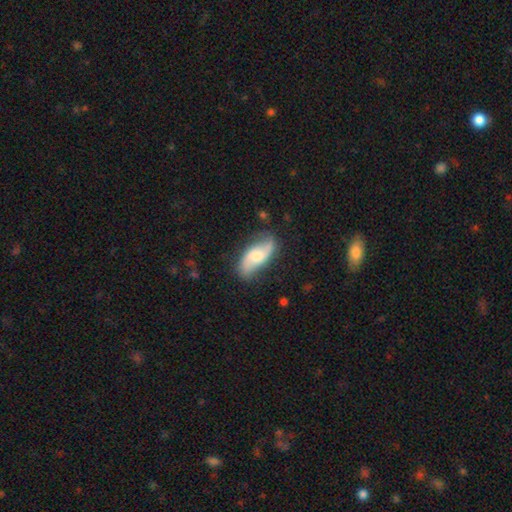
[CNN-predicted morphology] This is likely a featured or disk galaxy (64%). It is clearly not viewed edge-on (91%). Bar: possibly no (58%). Spiral arm pattern: clearly yes (91%). Spiral arm count: clearly 2 (90%). Spiral winding: likely loose (66%). Central bulge: possibly moderate (51%). Merging: likely none (76%).